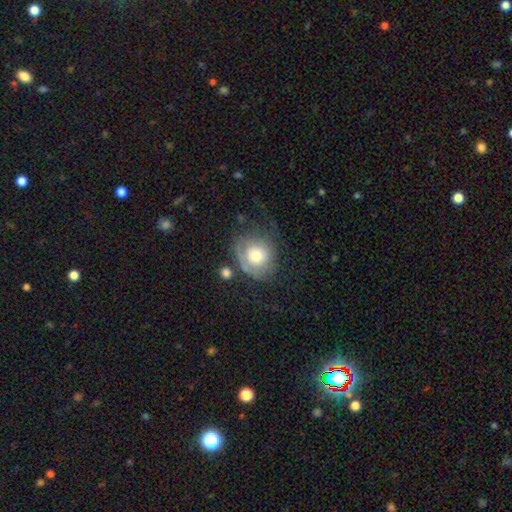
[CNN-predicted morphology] This appears to be a smooth galaxy with no disk features (51%) that is round (77%). Merging: none (46%).